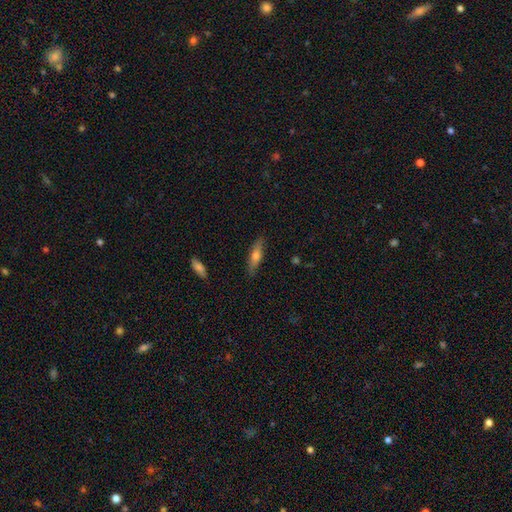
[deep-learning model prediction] smooth 58%, featured or disk 36%, star or artifact 7%. Down the decision tree: how rounded — cigar-shaped (65%); merging — none (86%).